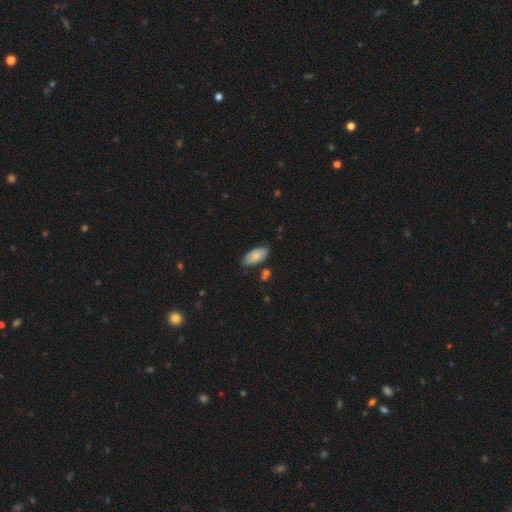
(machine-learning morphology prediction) Smooth or featured?
  - smooth: 80% *
  - featured or disk: 14%
  - star or artifact: 6%
How rounded?
  - in between: 91% *
  - cigar-shaped: 7%
  - round: 2%
Merging?
  - none: 74% *
  - minor disturbance: 19%
  - merger: 4%
  - major disturbance: 3%